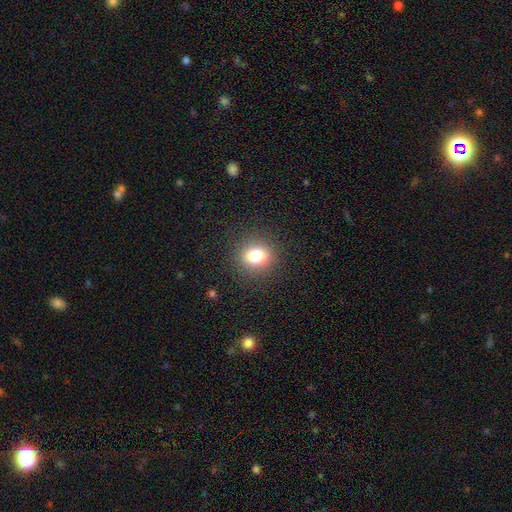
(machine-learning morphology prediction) A smooth galaxy with no disk features (79%) that is round (75%).

Vote fractions:
- Smooth or featured? smooth: 79% / star or artifact: 13% / featured or disk: 9%
- How rounded? round: 75% / in between: 24% / cigar-shaped: 1%
- Merging? none: 89% / minor disturbance: 7% / major disturbance: 3% / merger: 1%